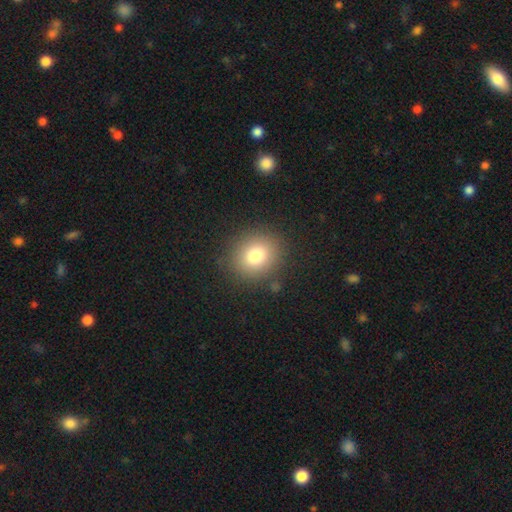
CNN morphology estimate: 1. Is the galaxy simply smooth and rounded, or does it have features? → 78% smooth, 12% star or artifact, 9% featured or disk.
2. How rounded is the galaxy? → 77% round, 22% in between, 1% cigar-shaped.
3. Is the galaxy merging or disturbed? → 86% none, 8% minor disturbance, 4% major disturbance, 2% merger.